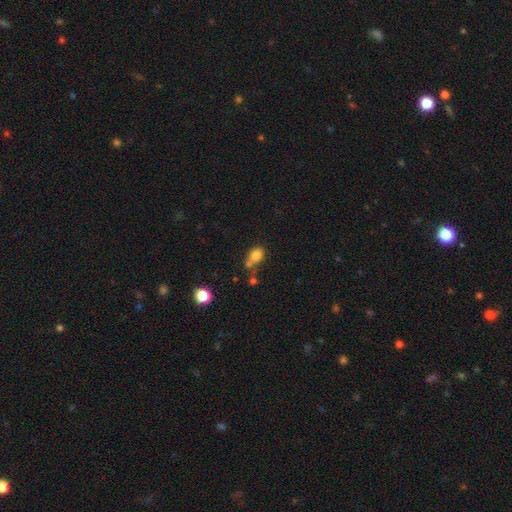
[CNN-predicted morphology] Smooth or featured? smooth (79%)
How rounded? round (51%)
Merging? none (45%)